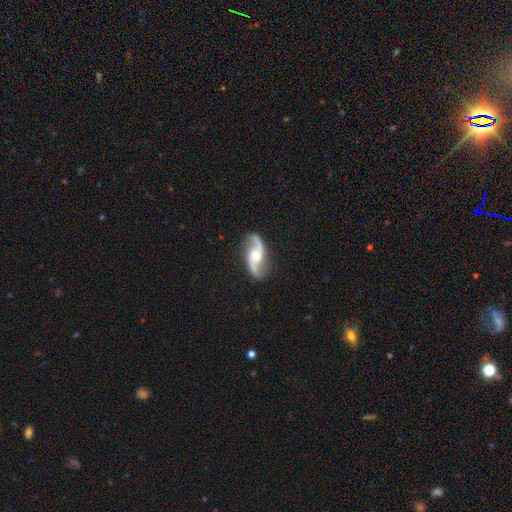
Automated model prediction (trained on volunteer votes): Morphology: type=featured or disk (90%); edge-on=no (96%); bar=no (52%); spiral arms=yes (98%); winding=loose (67%); arm count=2 (94%); bulge=moderate (60%); merging=none (84%).